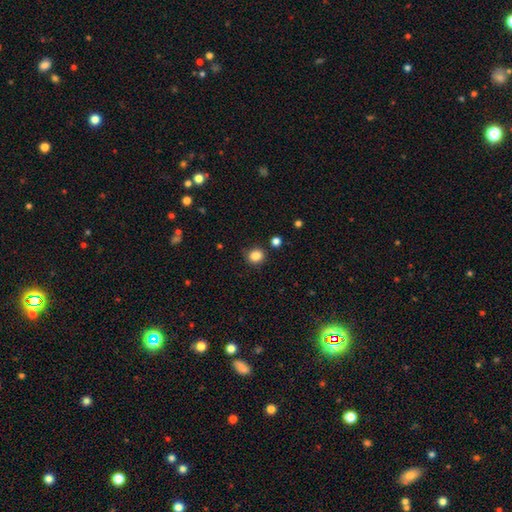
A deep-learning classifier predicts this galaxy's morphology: smooth_or_featured: smooth (p=0.85) [alt: star or artifact p=0.11]
how_rounded: round (p=0.81) [alt: in between p=0.18]
merging: none (p=0.84) [alt: minor disturbance p=0.10]